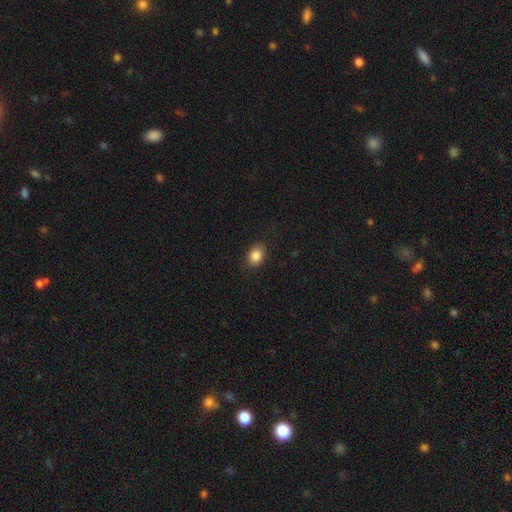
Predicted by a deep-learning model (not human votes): This appears to be a smooth galaxy with no disk features (86%) that is in between round and cigar-shaped (58%). Merging: none (86%).